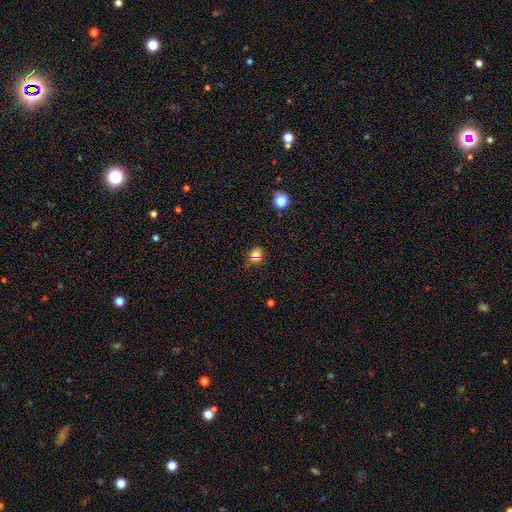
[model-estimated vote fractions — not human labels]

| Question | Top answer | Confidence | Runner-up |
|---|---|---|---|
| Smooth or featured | smooth | 67% | star or artifact (24%) |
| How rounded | round | 72% | in between (26%) |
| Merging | none | 71% | minor disturbance (15%) |